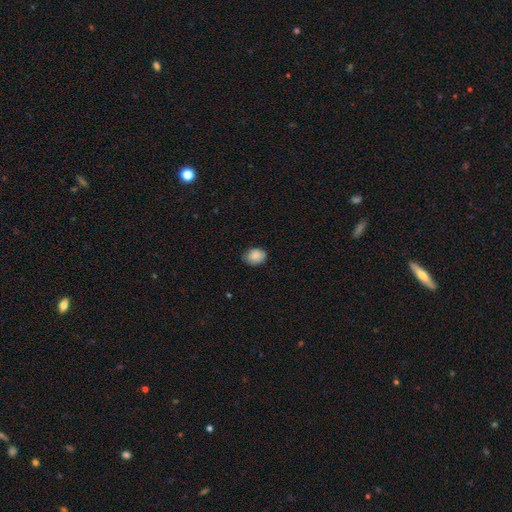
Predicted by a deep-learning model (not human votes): Smooth or featured: smooth — 86% (star or artifact — 8%)
How rounded: in between — 61% (round — 38%)
Merging: none — 79% (minor disturbance — 17%)